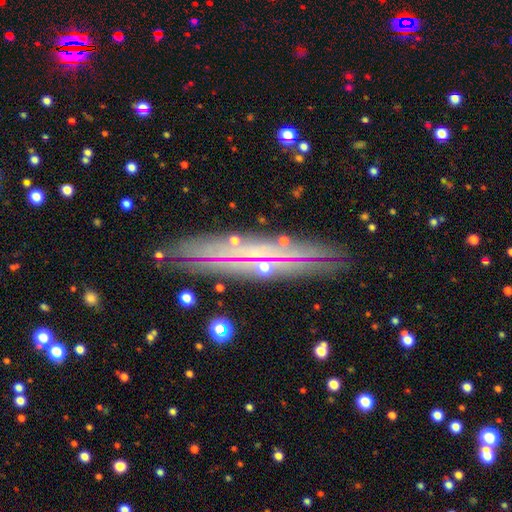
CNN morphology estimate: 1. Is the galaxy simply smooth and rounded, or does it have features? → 71% featured or disk, 17% smooth, 12% star or artifact.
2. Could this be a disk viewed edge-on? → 76% yes, 24% no.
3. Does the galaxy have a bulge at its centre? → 50% rounded, 45% none, 6% boxy.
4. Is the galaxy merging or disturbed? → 86% none, 10% minor disturbance, 3% major disturbance, 2% merger.